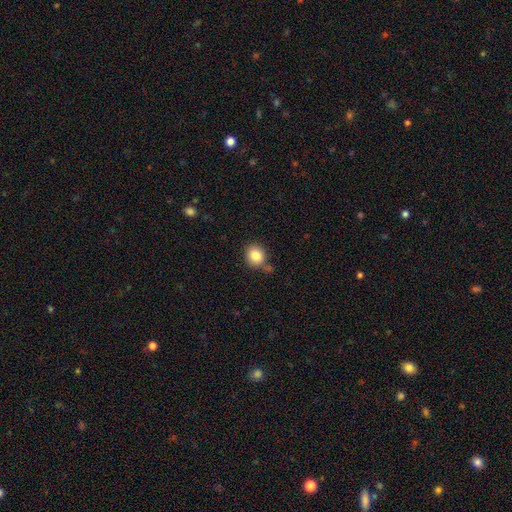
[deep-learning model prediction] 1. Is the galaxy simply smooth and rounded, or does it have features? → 84% smooth, 9% star or artifact, 6% featured or disk.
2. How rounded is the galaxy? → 79% round, 21% in between, 1% cigar-shaped.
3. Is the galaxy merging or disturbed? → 69% none, 16% minor disturbance, 10% merger, 4% major disturbance.